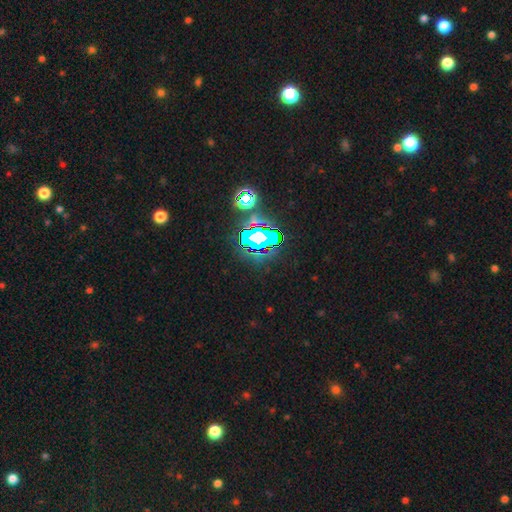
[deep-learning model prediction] smooth-or-featured: star or artifact: 80% | smooth: 13% | featured or disk: 7%